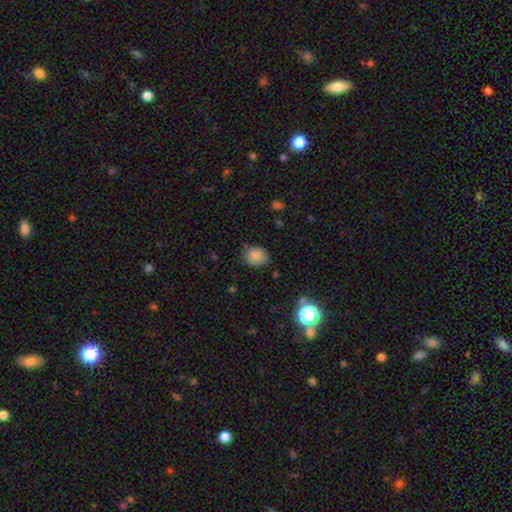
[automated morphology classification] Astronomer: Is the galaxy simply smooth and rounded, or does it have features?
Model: smooth — 84%.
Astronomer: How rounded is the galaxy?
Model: round — 70%.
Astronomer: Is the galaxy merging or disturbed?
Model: none — 75%.